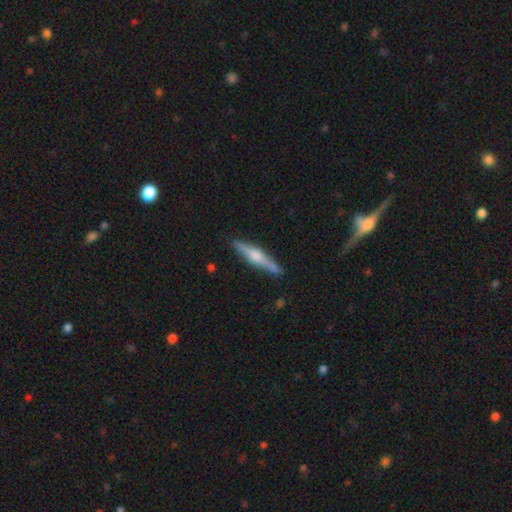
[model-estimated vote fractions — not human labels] This appears to be a featured or disk galaxy (66%) viewed edge-on (97%) with a rounded central bulge (80%). Merging: none (88%).